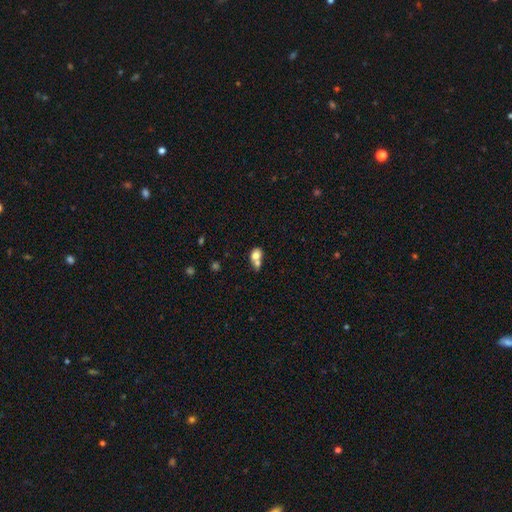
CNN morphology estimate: This appears to be a smooth galaxy with no disk features (72%) that is in between round and cigar-shaped (55%). Merging: merger (62%).